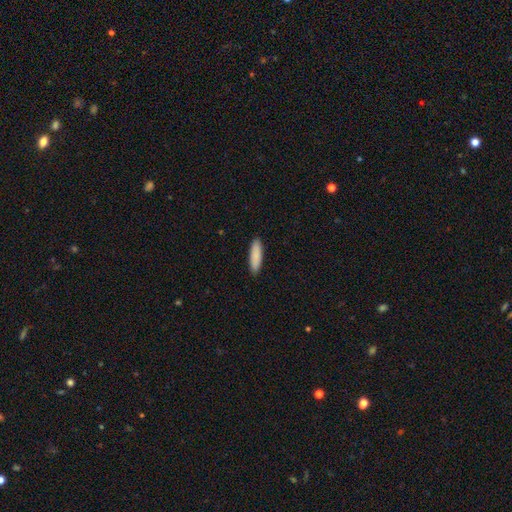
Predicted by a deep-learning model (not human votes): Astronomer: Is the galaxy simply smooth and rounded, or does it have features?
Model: smooth — 88%.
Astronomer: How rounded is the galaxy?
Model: cigar-shaped — 63%.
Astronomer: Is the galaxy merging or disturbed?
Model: none — 91%.